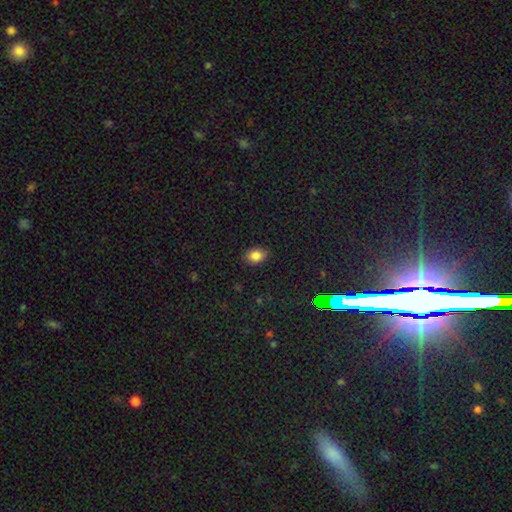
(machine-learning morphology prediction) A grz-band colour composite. It shows a smooth galaxy with no disk features (84%) that is in between round and cigar-shaped (71%). Merging: none (85%).